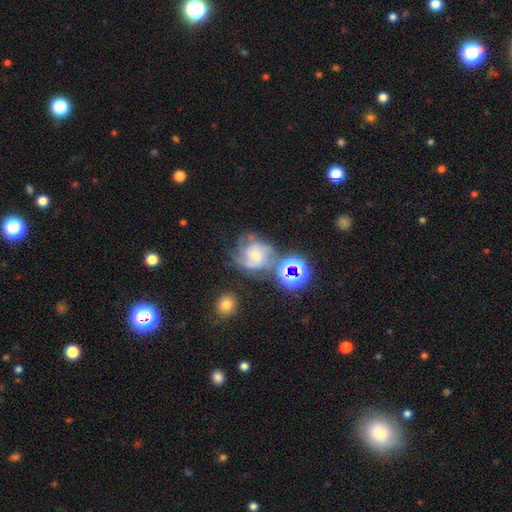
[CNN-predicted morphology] smooth-or-featured: featured or disk: 64% | smooth: 20% | star or artifact: 16%
  disk-edge-on: no: 98% | yes: 2%
    bar: no: 65% | weak: 28% | strong: 7%
    has-spiral-arms: yes: 88% | no: 12%
      spiral-winding: medium: 45% | tight: 38% | loose: 17%
      spiral-arm-count: 3: 31% | can't tell: 28% | 2: 19% | 4: 9% | 1: 7% | more than 4: 5%
    bulge-size: small: 43% | moderate: 38% | none: 9% | large: 8% | dominant: 2%
  merging: none: 44% | major disturbance: 21% | minor disturbance: 20% | merger: 16%